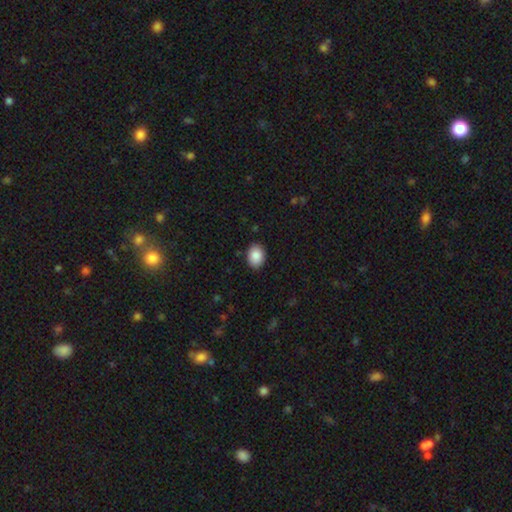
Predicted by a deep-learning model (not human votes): Smooth or featured?
  - smooth: 89% *
  - star or artifact: 7%
  - featured or disk: 4%
How rounded?
  - in between: 75% *
  - round: 24%
  - cigar-shaped: 1%
Merging?
  - none: 88% *
  - minor disturbance: 9%
  - major disturbance: 2%
  - merger: 1%